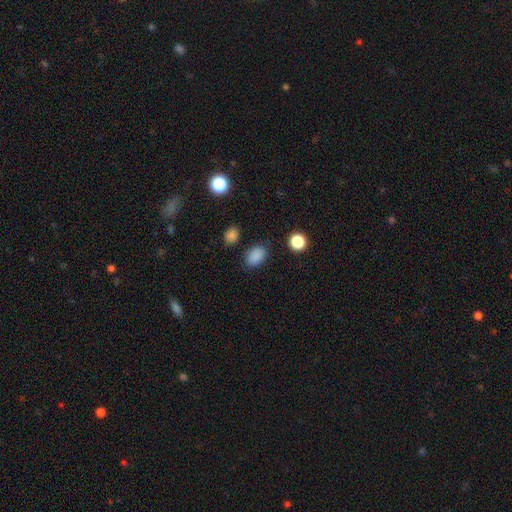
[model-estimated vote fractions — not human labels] Smooth or featured? Predicted: smooth (p=0.86). How rounded? Predicted: in between (p=0.80). Merging? Predicted: none (p=0.83).